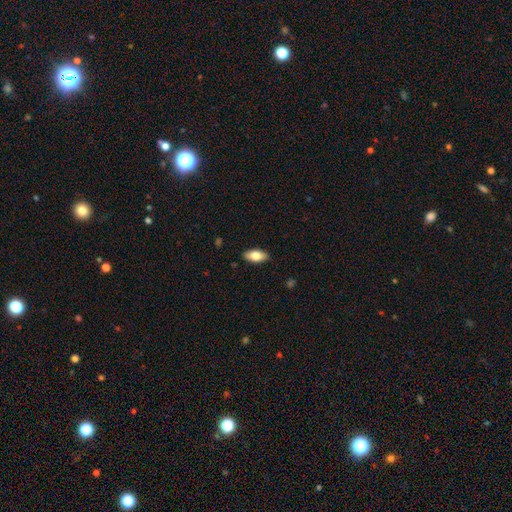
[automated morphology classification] Smooth or featured: smooth — 77% (featured or disk — 16%)
How rounded: in between — 89% (cigar-shaped — 8%)
Merging: none — 89% (minor disturbance — 8%)